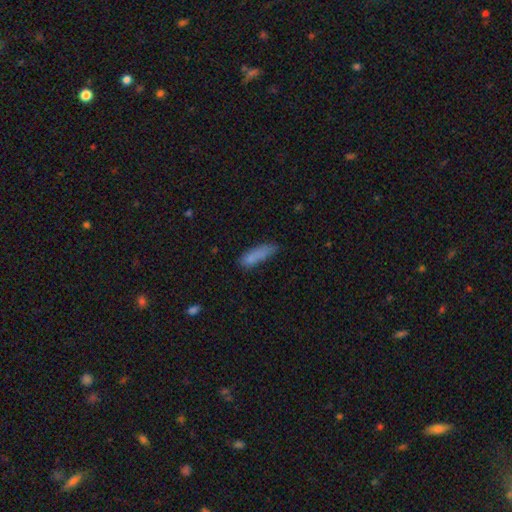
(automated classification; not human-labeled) A smooth galaxy with no disk features (82%) that is cigar-shaped (64%).

Vote fractions:
- Smooth or featured? smooth: 82% / featured or disk: 9% / star or artifact: 9%
- How rounded? cigar-shaped: 64% / in between: 34% / round: 2%
- Merging? none: 58% / minor disturbance: 29% / major disturbance: 9% / merger: 4%